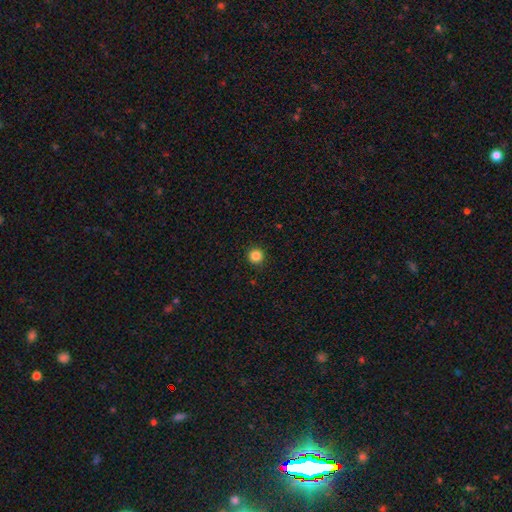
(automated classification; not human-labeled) Overall: smooth (85%). How rounded: round (96%). Merging: none (93%).